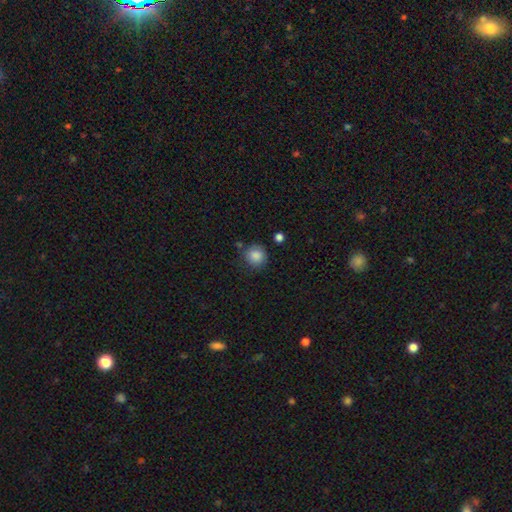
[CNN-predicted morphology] This is clearly a smooth galaxy (86%). How rounded: clearly round (89%). Merging: likely none (78%).